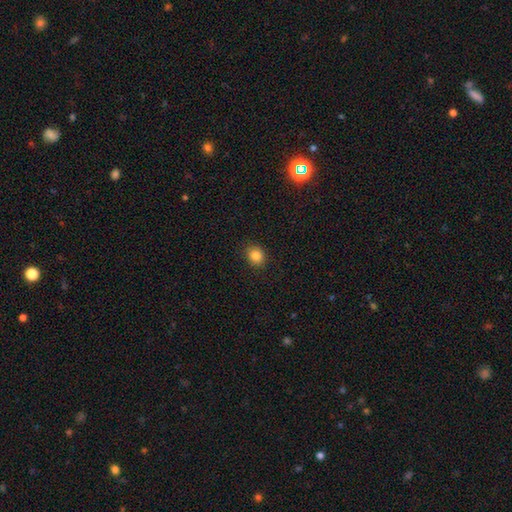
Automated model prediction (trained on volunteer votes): A smooth galaxy with no disk features (84%) that is round (70%). Merging: none (89%).